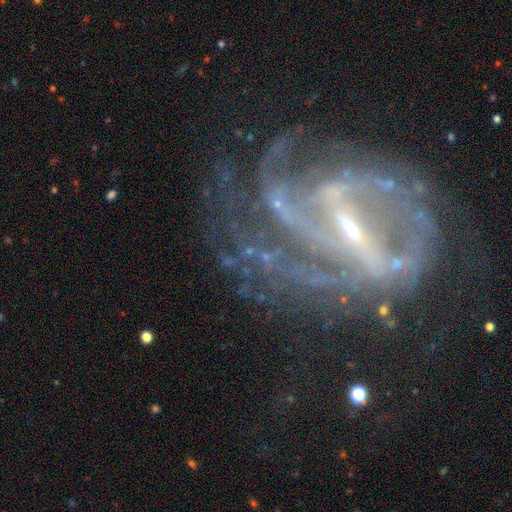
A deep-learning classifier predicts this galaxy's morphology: smooth-or-featured: featured or disk: 90% | star or artifact: 7% | smooth: 3%
  disk-edge-on: no: 97% | yes: 3%
    bar: strong: 59% | weak: 29% | no: 11%
    has-spiral-arms: yes: 96% | no: 4%
      spiral-winding: medium: 46% | tight: 34% | loose: 21%
      spiral-arm-count: 2: 32% | can't tell: 20% | 3: 19% | 4: 12% | more than 4: 8% | 1: 8%
    bulge-size: small: 80% | moderate: 14% | none: 4% | large: 1% | dominant: 1%
  merging: none: 53% | major disturbance: 24% | minor disturbance: 20% | merger: 3%